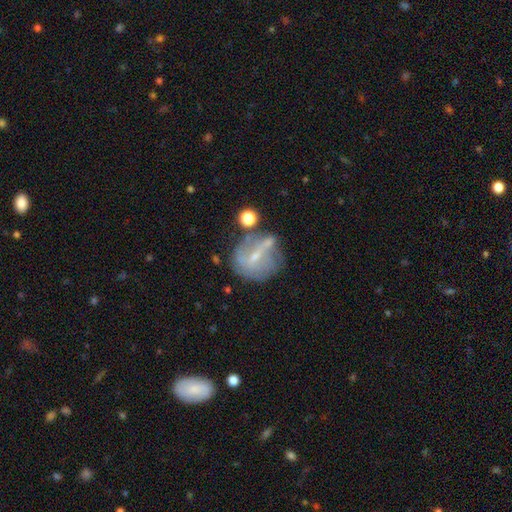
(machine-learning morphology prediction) Smooth or featured? featured or disk (64%)
Edge-on disk? no (95%)
Bar? weak (45%)
Spiral arms? yes (56%)
Bulge size? small (69%)
Merging? none (47%)